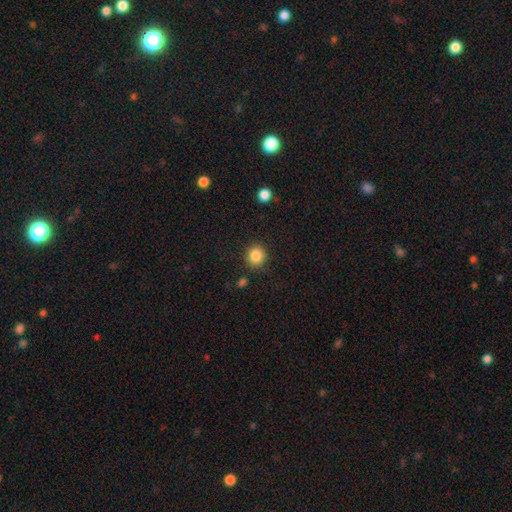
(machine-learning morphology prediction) Smooth or featured?
  - smooth: 86% *
  - star or artifact: 10%
  - featured or disk: 4%
How rounded?
  - round: 90% *
  - in between: 9%
  - cigar-shaped: 1%
Merging?
  - none: 88% *
  - minor disturbance: 7%
  - major disturbance: 2%
  - merger: 2%